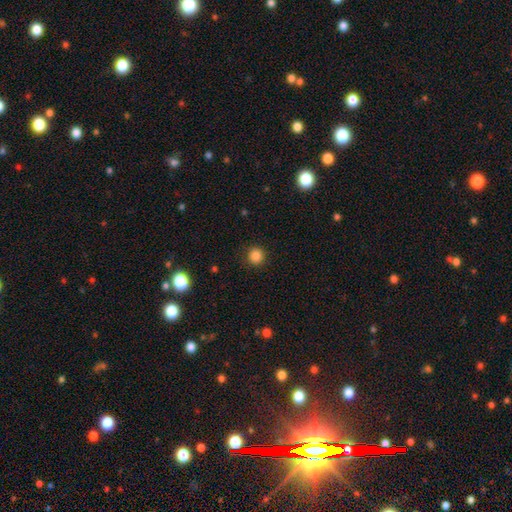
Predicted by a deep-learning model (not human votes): Smooth or featured? Predicted: smooth (p=0.85). How rounded? Predicted: round (p=0.92). Merging? Predicted: none (p=0.89).